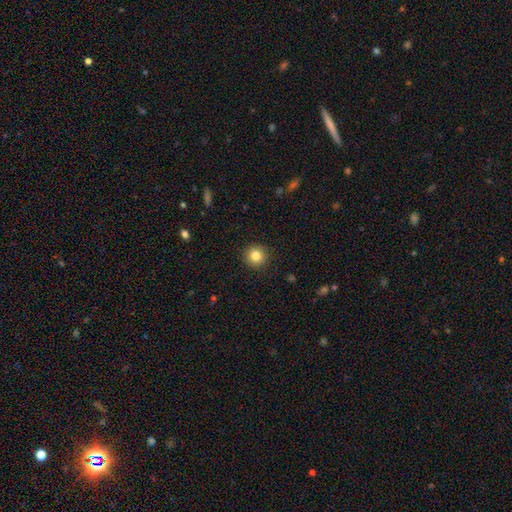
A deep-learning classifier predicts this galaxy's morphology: The model was most divided on "smooth or featured": smooth: 83%, star or artifact: 10%, featured or disk: 6%. More confident: how rounded — round (94%); merging — none (92%).